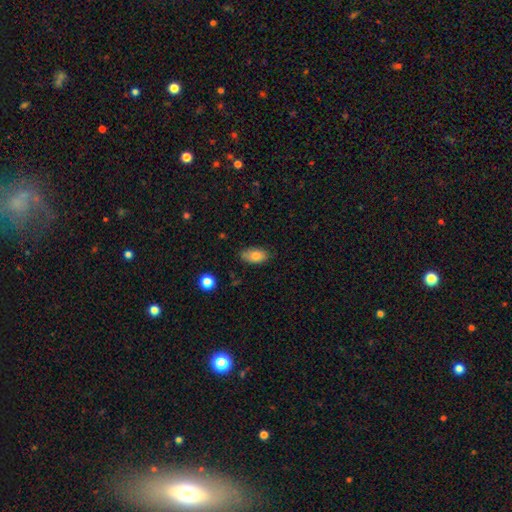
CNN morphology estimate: Overall: smooth (81%). How rounded: in between (92%). Merging: none (75%).